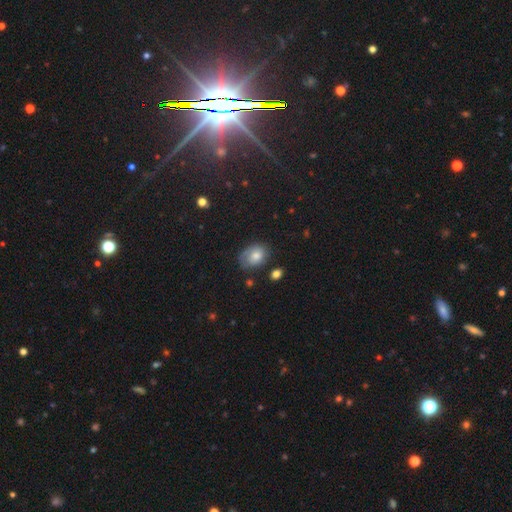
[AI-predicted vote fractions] Smooth or featured? smooth (60%)
How rounded? in between (69%)
Merging? none (59%)